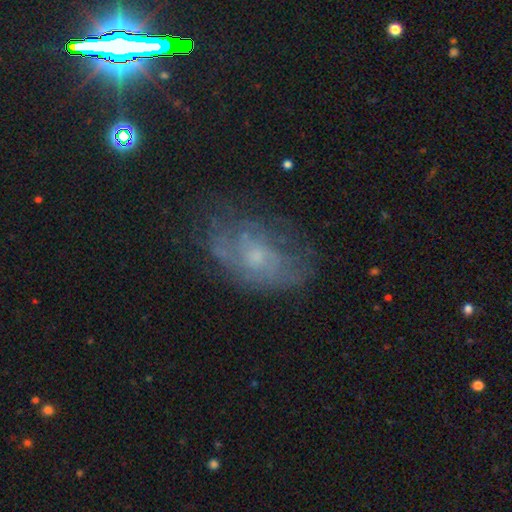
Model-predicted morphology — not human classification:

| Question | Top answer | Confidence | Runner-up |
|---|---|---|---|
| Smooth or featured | featured or disk | 58% | smooth (28%) |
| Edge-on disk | no | 95% | yes (5%) |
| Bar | no | 82% | weak (16%) |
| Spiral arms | yes | 55% | no (45%) |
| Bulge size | small | 57% | moderate (29%) |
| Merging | none | 56% | minor disturbance (24%) |